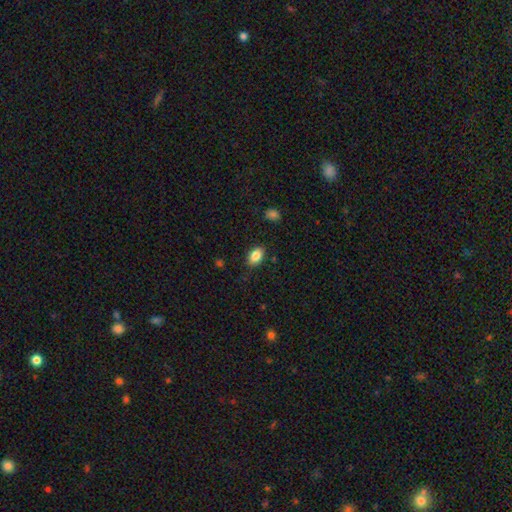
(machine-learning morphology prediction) Smooth or featured? Predicted: smooth (p=0.86). How rounded? Predicted: in between (p=0.86). Merging? Predicted: none (p=0.86).